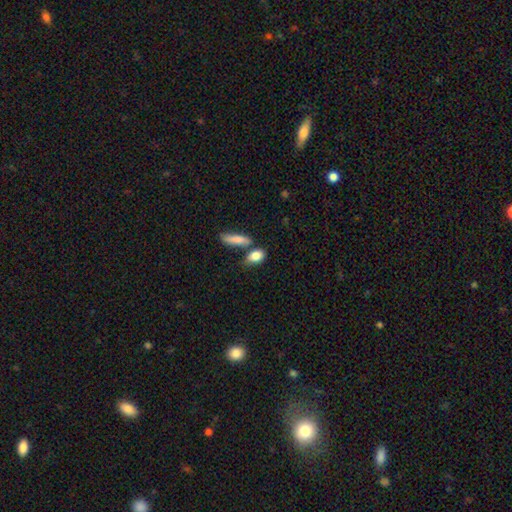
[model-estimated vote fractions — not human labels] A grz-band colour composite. It shows a smooth galaxy with no disk features (84%) that is in between round and cigar-shaped (76%). Merging: none (53%).